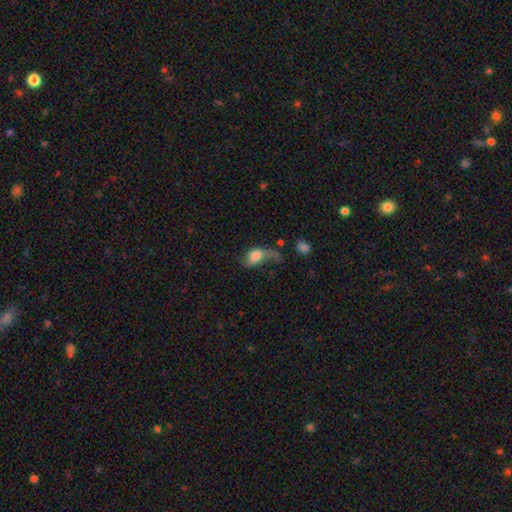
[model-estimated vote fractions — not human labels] Q: Smooth or featured?
A: smooth (60%); runner-up: featured or disk (30%)
Q: How rounded?
A: in between (81%); runner-up: round (16%)
Q: Merging?
A: major disturbance (53%); runner-up: none (19%)